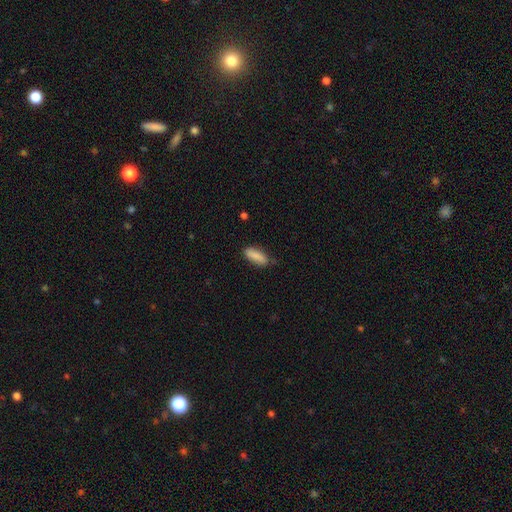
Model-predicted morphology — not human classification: The model was most divided on "how rounded": in between: 65%, cigar-shaped: 34%, round: 2%. More confident: smooth or featured — smooth (86%); merging — none (75%).